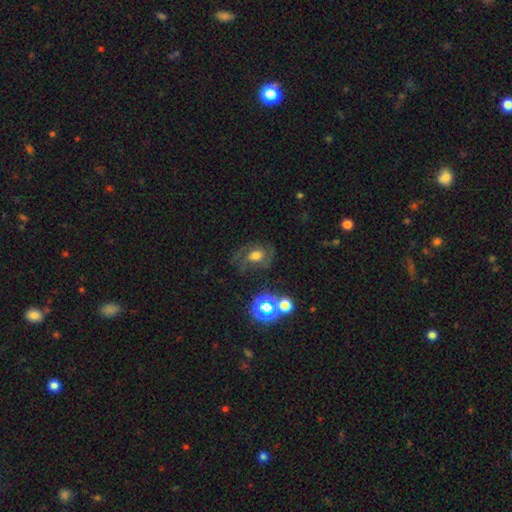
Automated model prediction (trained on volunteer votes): The model was most divided on "smooth or featured": featured or disk: 50%, smooth: 33%, star or artifact: 17%. More confident: merging — none (56%).